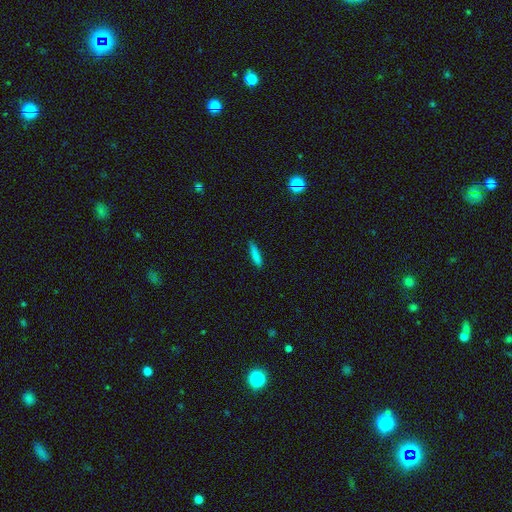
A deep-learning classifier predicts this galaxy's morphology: Smooth or featured?
  - smooth: 83% *
  - featured or disk: 9%
  - star or artifact: 8%
How rounded?
  - cigar-shaped: 87% *
  - in between: 11%
  - round: 1%
Merging?
  - none: 86% *
  - minor disturbance: 11%
  - major disturbance: 2%
  - merger: 1%